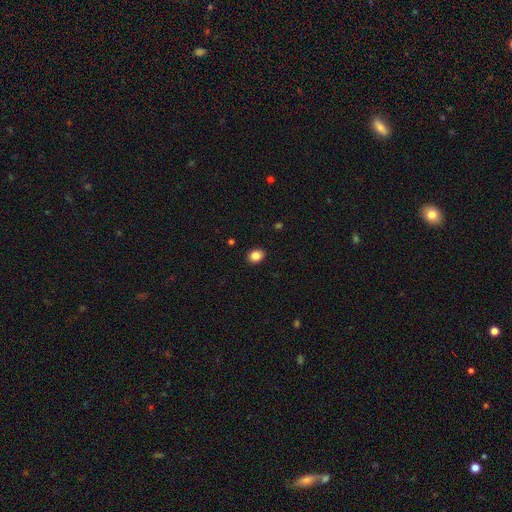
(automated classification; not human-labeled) A smooth galaxy with no disk features (86%) that is round (55%).

Vote fractions:
- Smooth or featured? smooth: 86% / star or artifact: 10% / featured or disk: 4%
- How rounded? round: 55% / in between: 44% / cigar-shaped: 1%
- Merging? none: 91% / minor disturbance: 6% / major disturbance: 2% / merger: 1%